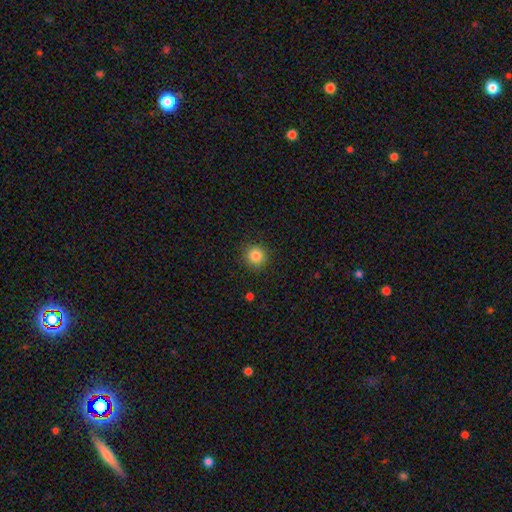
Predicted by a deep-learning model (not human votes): smooth-or-featured: smooth: 85% | star or artifact: 11% | featured or disk: 5%
  how-rounded: round: 94% | in between: 5% | cigar-shaped: 1%
  merging: none: 89% | minor disturbance: 7% | major disturbance: 2% | merger: 1%